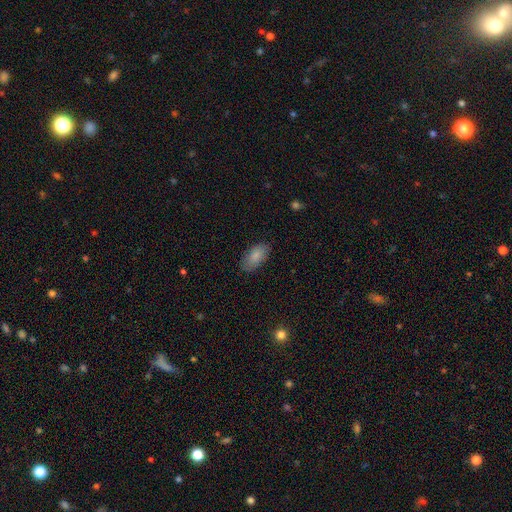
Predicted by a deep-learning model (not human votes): smooth_or_featured: smooth (p=0.86) [alt: featured or disk p=0.08]
how_rounded: in between (p=0.93) [alt: cigar-shaped p=0.05]
merging: none (p=0.83) [alt: minor disturbance p=0.13]